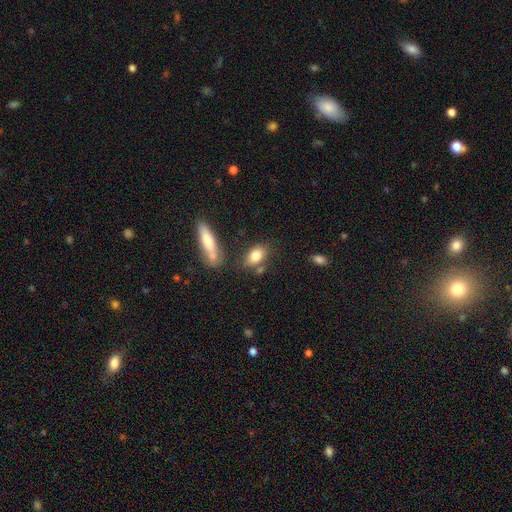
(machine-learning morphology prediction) Q: Smooth or featured?
A: smooth (80%); runner-up: featured or disk (12%)
Q: How rounded?
A: in between (83%); runner-up: round (10%)
Q: Merging?
A: none (65%); runner-up: minor disturbance (15%)